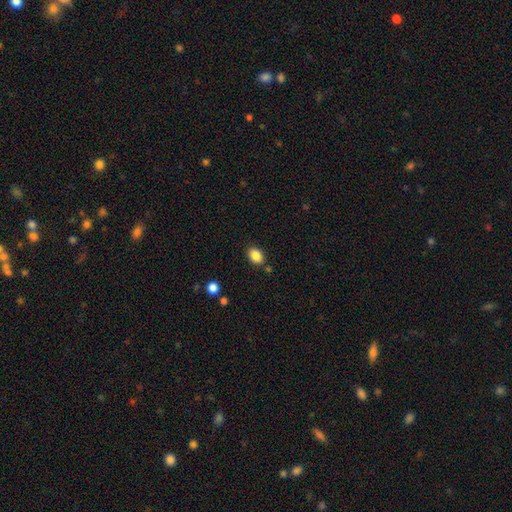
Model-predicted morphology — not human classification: Smooth or featured: smooth — 87% (star or artifact — 9%)
How rounded: in between — 75% (round — 24%)
Merging: none — 83% (minor disturbance — 11%)